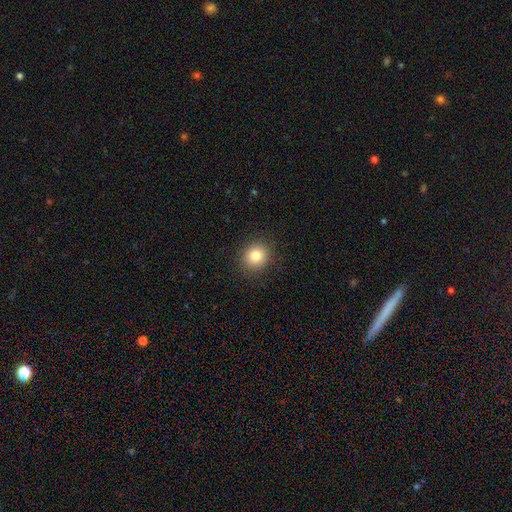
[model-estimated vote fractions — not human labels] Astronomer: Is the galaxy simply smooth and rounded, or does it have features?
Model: smooth — 82%.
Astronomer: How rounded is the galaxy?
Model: round — 81%.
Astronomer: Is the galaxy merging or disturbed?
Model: none — 90%.